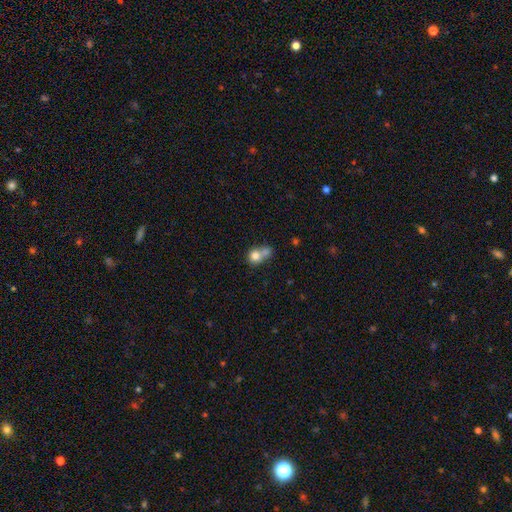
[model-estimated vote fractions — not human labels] smooth-or-featured: smooth: 76% | featured or disk: 14% | star or artifact: 10%
  how-rounded: round: 73% | in between: 25% | cigar-shaped: 1%
  merging: merger: 57% | none: 29% | minor disturbance: 9% | major disturbance: 5%